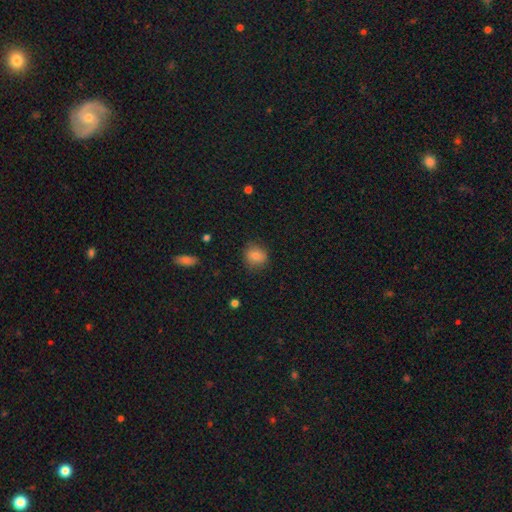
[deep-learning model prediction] This is clearly a smooth galaxy (80%). How rounded: likely round (78%). Merging: clearly none (83%).